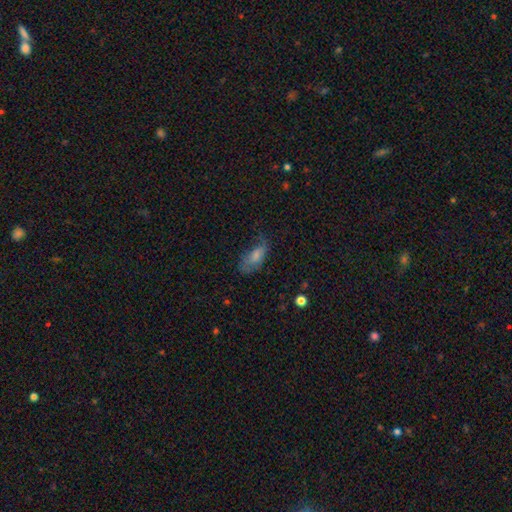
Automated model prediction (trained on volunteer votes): smooth 68%, featured or disk 24%, star or artifact 9%. Down the decision tree: how rounded — in between (84%); merging — none (46%).